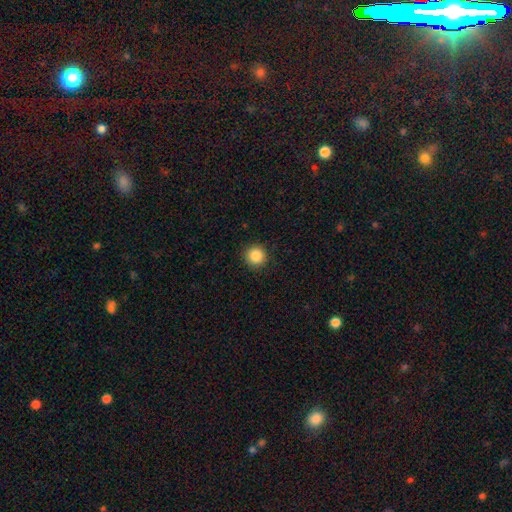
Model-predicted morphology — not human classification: A smooth galaxy with no disk features (87%) that is round (95%). Merging: none (92%).